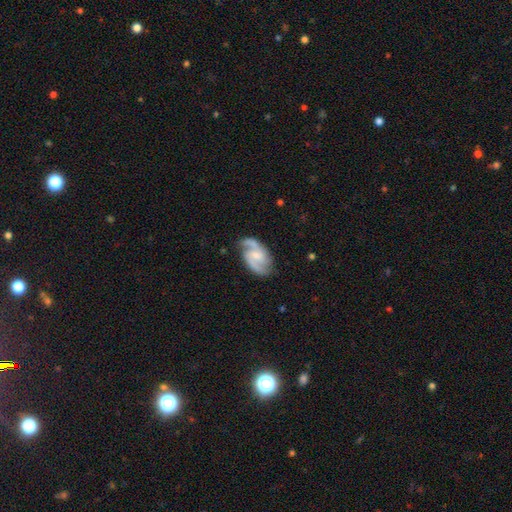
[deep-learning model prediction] Smooth or featured? featured or disk (86%)
Edge-on disk? no (97%)
Bar? weak (52%)
Spiral arms? yes (97%)
Spiral winding? medium (56%)
Spiral arm count? 2 (89%)
Bulge size? small (43%)
Merging? none (73%)